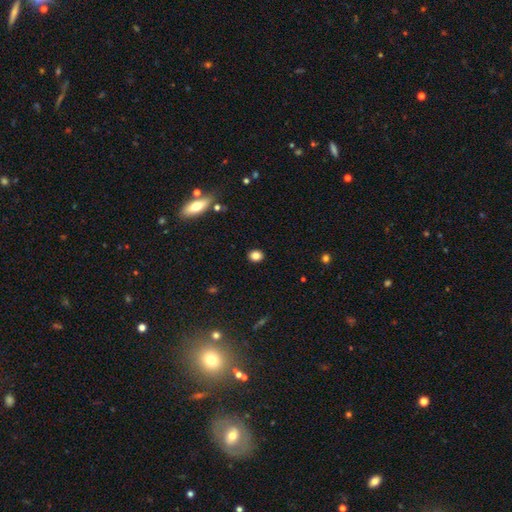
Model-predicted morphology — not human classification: Smooth or featured? Predicted: smooth (p=0.84). How rounded? Predicted: round (p=0.69). Merging? Predicted: none (p=0.90).